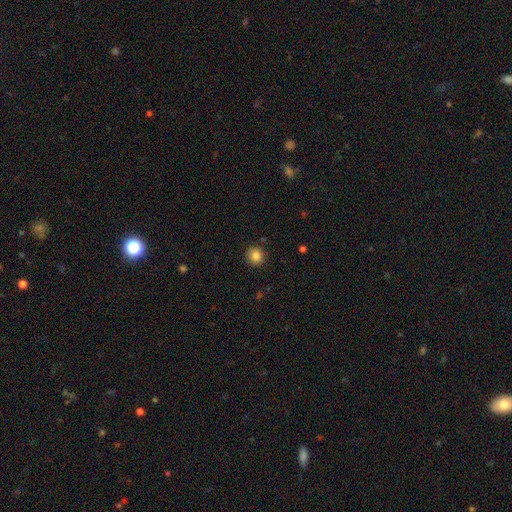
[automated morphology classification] A smooth galaxy with no disk features (85%) that is round (92%). Merging: none (90%).